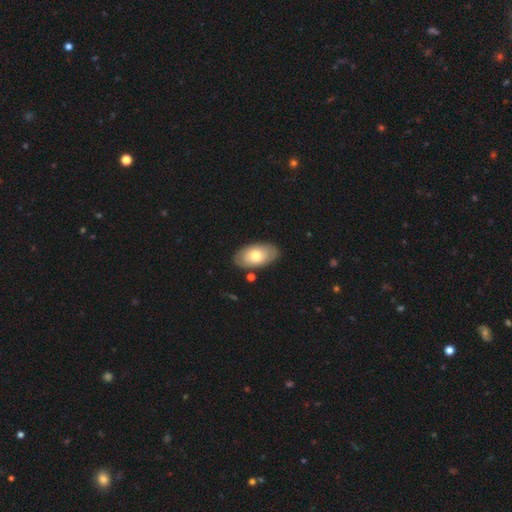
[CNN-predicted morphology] Smooth or featured? smooth (67%)
How rounded? in between (94%)
Merging? none (82%)